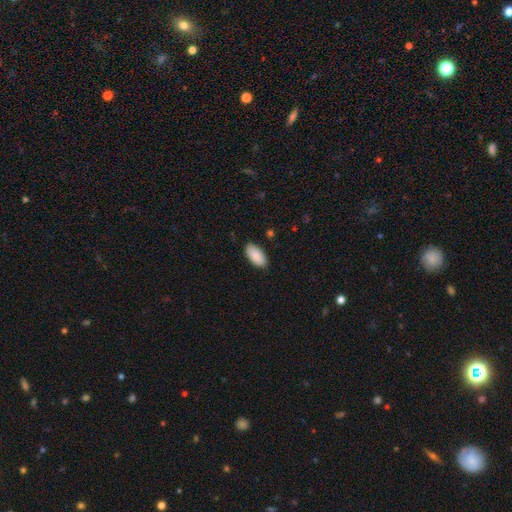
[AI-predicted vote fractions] smooth_or_featured: smooth (p=0.89) [alt: star or artifact p=0.06]
how_rounded: in between (p=0.93) [alt: cigar-shaped p=0.05]
merging: none (p=0.86) [alt: minor disturbance p=0.11]